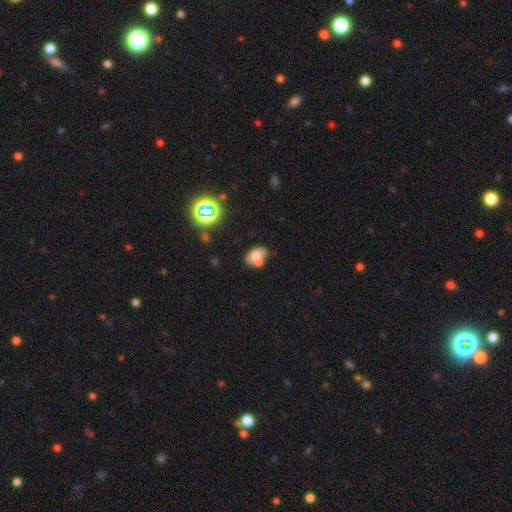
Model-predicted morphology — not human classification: This is likely a smooth galaxy (69%). How rounded: clearly in between (81%). Merging: marginally none (45%).